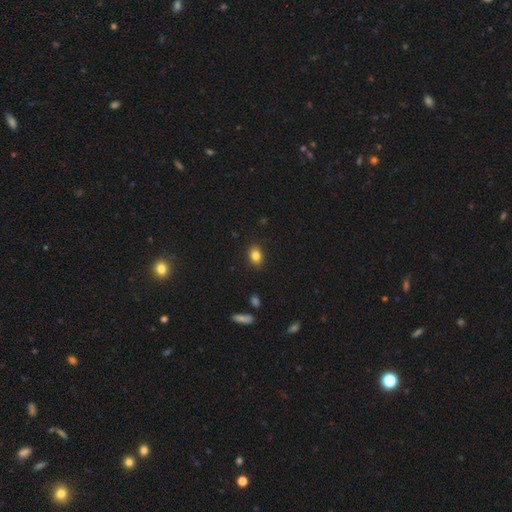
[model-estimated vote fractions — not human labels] The model was most divided on "how rounded": in between: 69%, round: 30%, cigar-shaped: 1%. More confident: merging — none (88%); smooth or featured — smooth (83%).